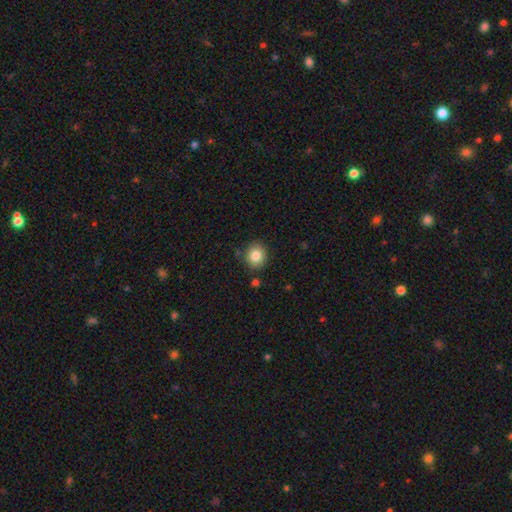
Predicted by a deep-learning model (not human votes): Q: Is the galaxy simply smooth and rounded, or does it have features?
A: smooth — 84%.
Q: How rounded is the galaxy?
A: round — 79%.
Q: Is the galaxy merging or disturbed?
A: none — 85%.